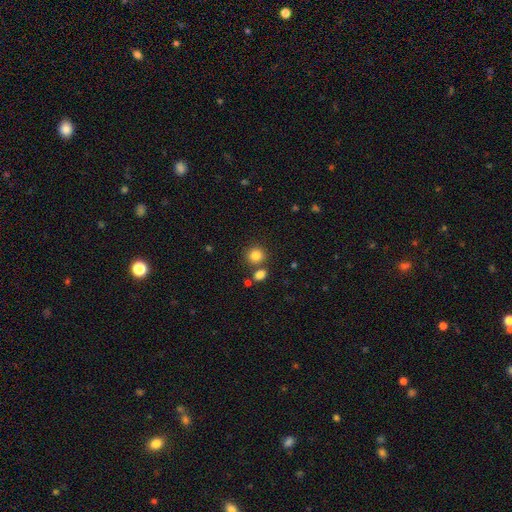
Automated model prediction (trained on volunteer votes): Smooth or featured? Predicted: smooth (p=0.83). How rounded? Predicted: round (p=0.87). Merging? Predicted: none (p=0.73).